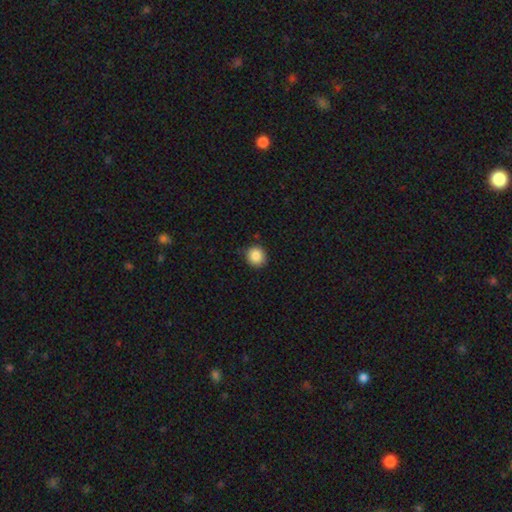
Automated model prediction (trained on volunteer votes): smooth_or_featured: smooth (p=0.87) [alt: star or artifact p=0.09]
how_rounded: round (p=0.88) [alt: in between p=0.11]
merging: none (p=0.87) [alt: minor disturbance p=0.10]